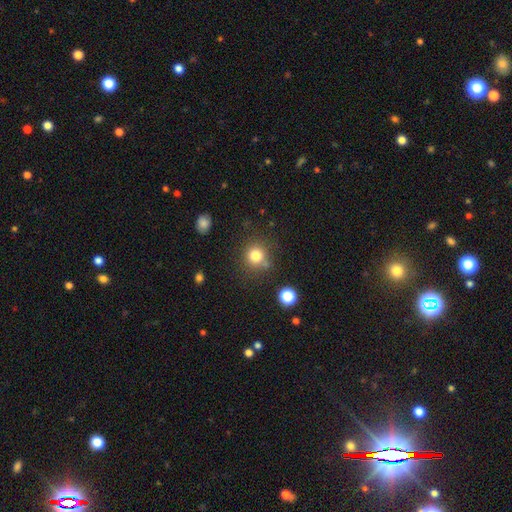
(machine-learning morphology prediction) Smooth or featured: smooth — 80% (star or artifact — 13%)
How rounded: round — 89% (in between — 10%)
Merging: none — 75% (minor disturbance — 13%)